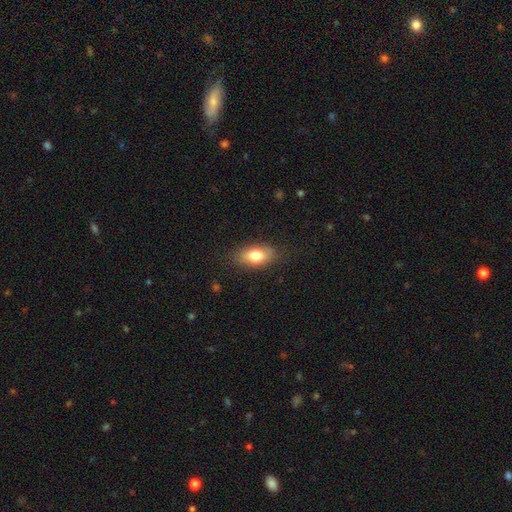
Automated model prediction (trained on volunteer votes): Q: Smooth or featured?
A: smooth (78%); runner-up: featured or disk (15%)
Q: How rounded?
A: in between (87%); runner-up: round (8%)
Q: Merging?
A: none (80%); runner-up: minor disturbance (15%)